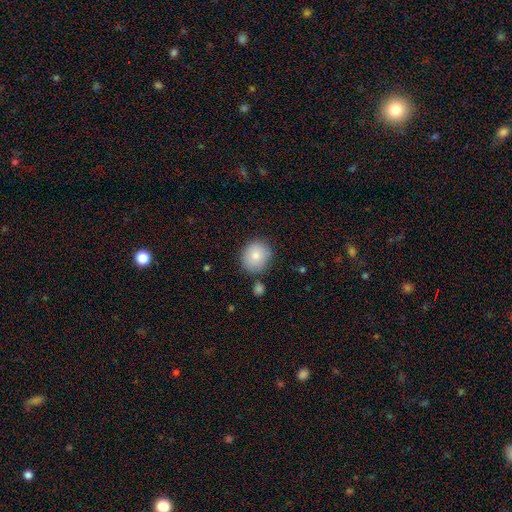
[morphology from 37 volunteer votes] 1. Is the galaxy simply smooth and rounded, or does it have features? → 86% smooth, 8% featured or disk, 5% star or artifact.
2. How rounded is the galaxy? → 91% round, 9% in between, 0% cigar-shaped.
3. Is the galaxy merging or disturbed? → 69% none, 20% minor disturbance, 6% major disturbance, 6% merger.